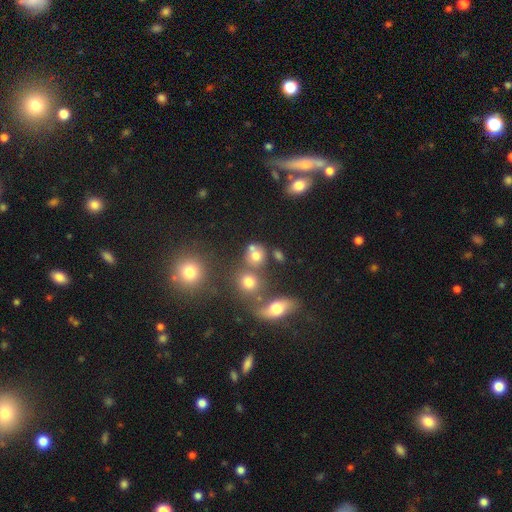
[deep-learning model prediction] Smooth or featured? Predicted: smooth (p=0.72). How rounded? Predicted: round (p=0.76). Merging? Predicted: none (p=0.55).